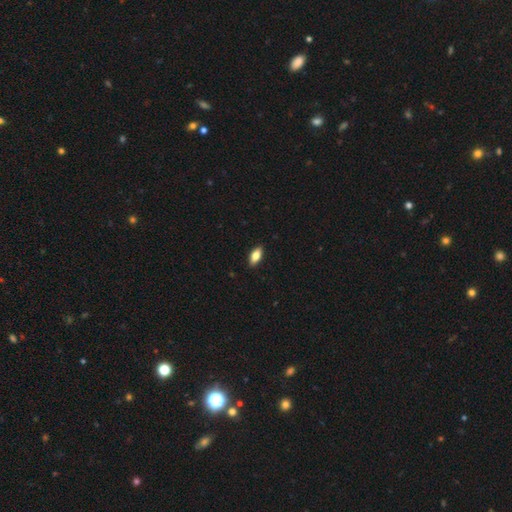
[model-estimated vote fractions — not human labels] Overall: smooth (78%). How rounded: in between (85%). Merging: none (90%).